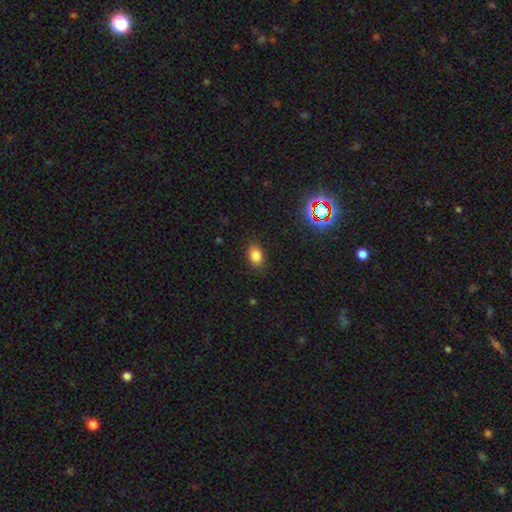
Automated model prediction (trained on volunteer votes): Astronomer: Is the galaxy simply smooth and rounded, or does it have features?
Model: smooth — 81%.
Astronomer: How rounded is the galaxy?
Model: in between — 80%.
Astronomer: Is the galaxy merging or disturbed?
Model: none — 85%.